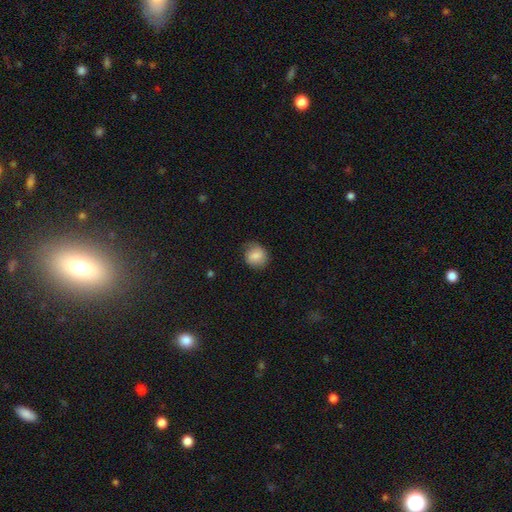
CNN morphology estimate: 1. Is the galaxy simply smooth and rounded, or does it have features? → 79% smooth, 14% featured or disk, 8% star or artifact.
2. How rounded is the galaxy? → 81% round, 18% in between, 1% cigar-shaped.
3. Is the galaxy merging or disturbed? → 72% none, 21% minor disturbance, 6% major disturbance, 1% merger.